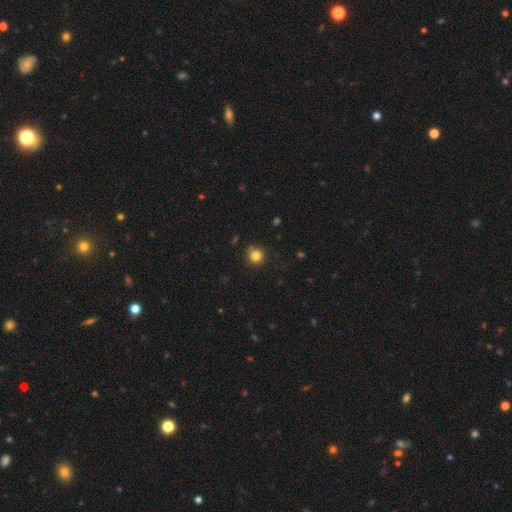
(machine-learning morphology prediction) Smooth or featured? Predicted: smooth (p=0.83). How rounded? Predicted: round (p=0.92). Merging? Predicted: none (p=0.85).